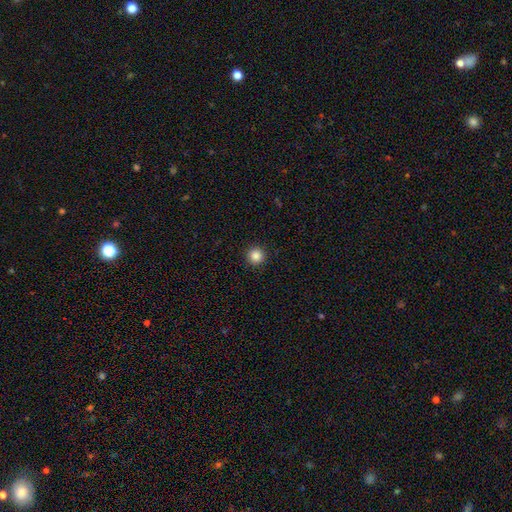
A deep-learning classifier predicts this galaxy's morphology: smooth_or_featured: smooth (p=0.86) [alt: star or artifact p=0.11]
how_rounded: round (p=0.96) [alt: in between p=0.03]
merging: none (p=0.93) [alt: minor disturbance p=0.04]